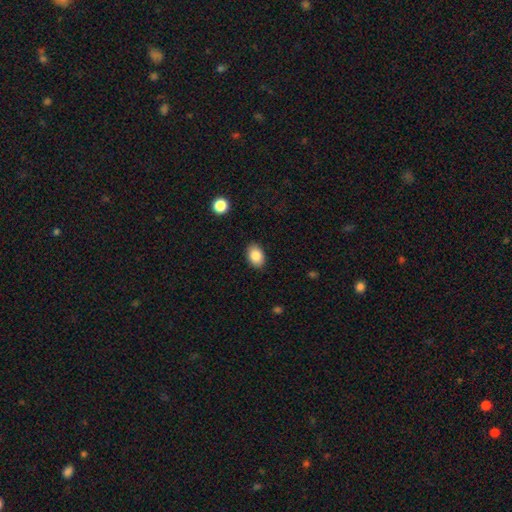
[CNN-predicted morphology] smooth-or-featured: smooth: 86% | star or artifact: 8% | featured or disk: 6%
  how-rounded: in between: 84% | round: 14% | cigar-shaped: 1%
  merging: none: 88% | minor disturbance: 9% | major disturbance: 2% | merger: 1%